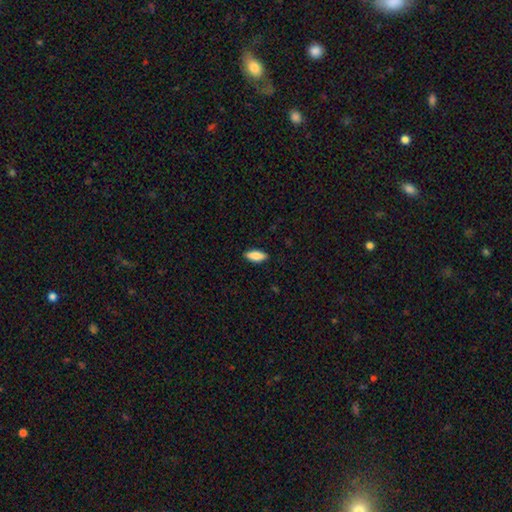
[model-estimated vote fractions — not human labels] The model was most divided on "how rounded": in between: 74%, cigar-shaped: 24%, round: 2%. More confident: merging — none (88%); smooth or featured — smooth (84%).